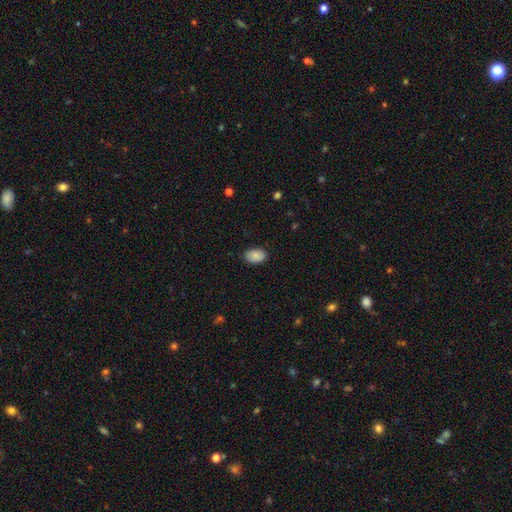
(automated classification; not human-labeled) A smooth galaxy with no disk features (87%) that is in between round and cigar-shaped (90%).

Vote fractions:
- Smooth or featured? smooth: 87% / star or artifact: 7% / featured or disk: 6%
- How rounded? in between: 90% / round: 9% / cigar-shaped: 1%
- Merging? none: 86% / minor disturbance: 11% / major disturbance: 2% / merger: 1%